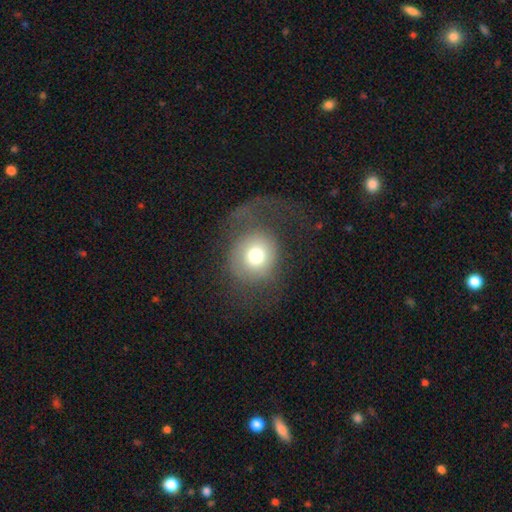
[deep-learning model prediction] smooth_or_featured: smooth (p=0.66) [alt: featured or disk p=0.23]
how_rounded: round (p=0.86) [alt: in between p=0.13]
merging: none (p=0.42) [alt: major disturbance p=0.39]